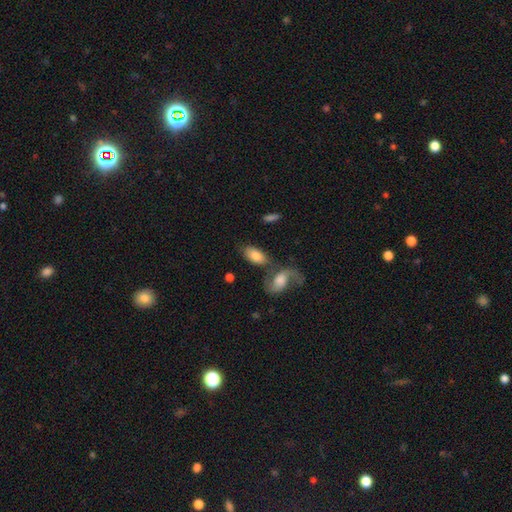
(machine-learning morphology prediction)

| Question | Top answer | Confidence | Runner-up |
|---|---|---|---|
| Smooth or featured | smooth | 72% | featured or disk (21%) |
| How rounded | in between | 93% | round (4%) |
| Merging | none | 51% | merger (27%) |